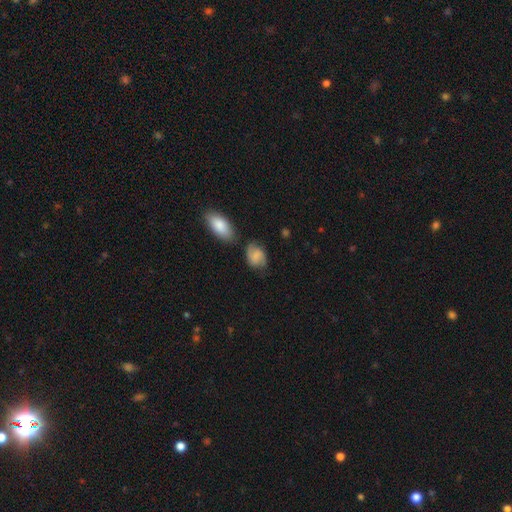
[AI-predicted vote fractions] Q: Smooth or featured?
A: smooth (70%); runner-up: featured or disk (22%)
Q: How rounded?
A: in between (68%); runner-up: round (30%)
Q: Merging?
A: none (58%); runner-up: minor disturbance (26%)